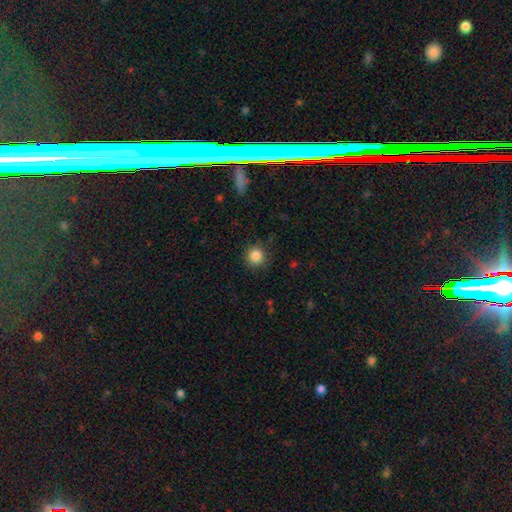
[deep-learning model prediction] Smooth or featured?
  - smooth: 86% *
  - star or artifact: 10%
  - featured or disk: 4%
How rounded?
  - round: 93% *
  - in between: 6%
  - cigar-shaped: 1%
Merging?
  - none: 88% *
  - minor disturbance: 9%
  - major disturbance: 3%
  - merger: 1%